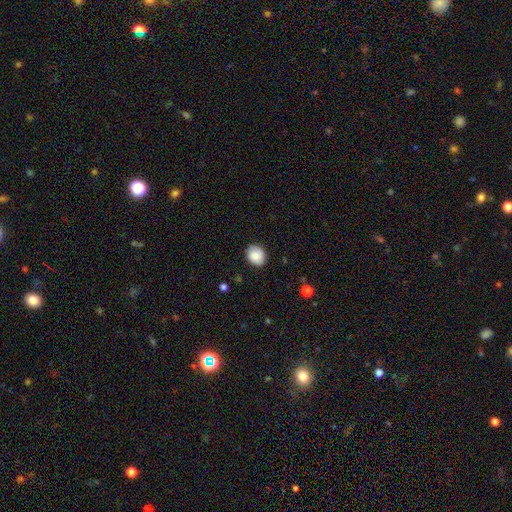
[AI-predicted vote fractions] smooth-or-featured: smooth: 81% | featured or disk: 11% | star or artifact: 8%
  how-rounded: round: 58% | in between: 41% | cigar-shaped: 1%
  merging: none: 83% | minor disturbance: 13% | major disturbance: 3% | merger: 1%